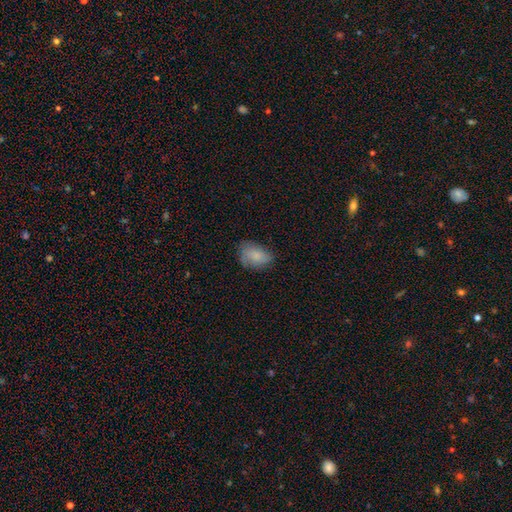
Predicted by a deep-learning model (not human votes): smooth-or-featured: smooth: 72% | featured or disk: 20% | star or artifact: 8%
  how-rounded: in between: 82% | round: 16% | cigar-shaped: 2%
  merging: none: 64% | minor disturbance: 26% | major disturbance: 9% | merger: 1%